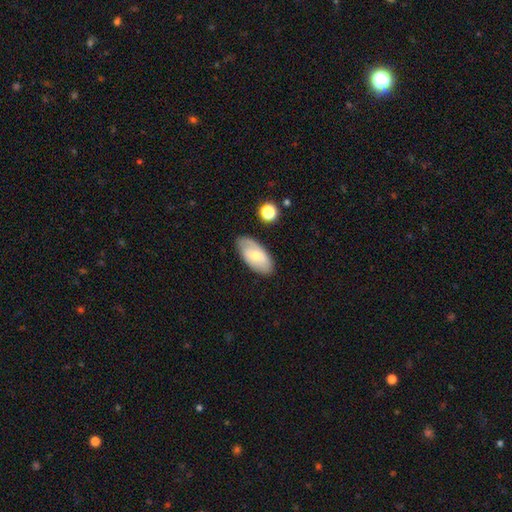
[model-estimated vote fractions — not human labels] A smooth galaxy with no disk features (56%) that is in between round and cigar-shaped (92%). Merging: none (82%).